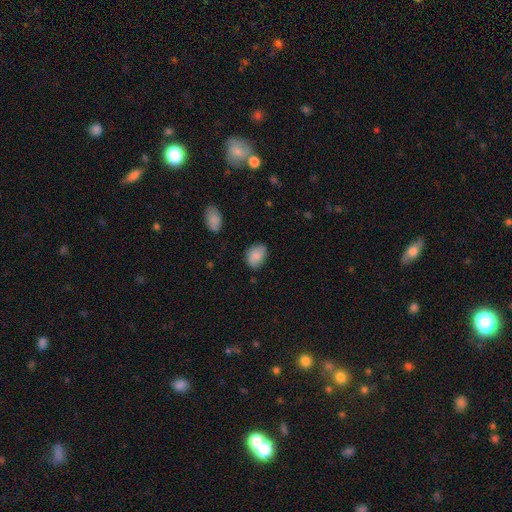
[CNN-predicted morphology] A smooth galaxy with no disk features (86%) that is in between round and cigar-shaped (80%). Merging: none (75%).